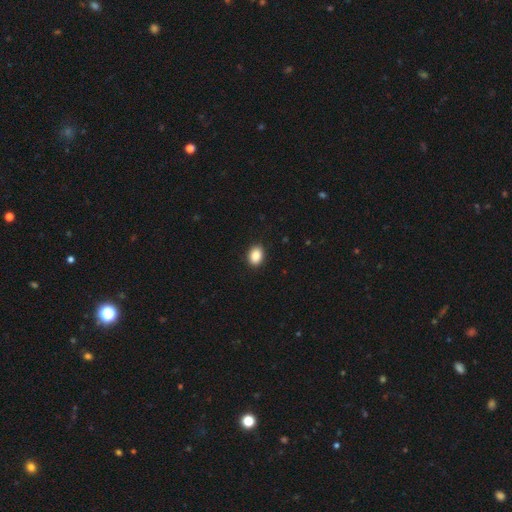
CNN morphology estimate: type=smooth (89%); roundness=in between (73%); merging=none (90%).